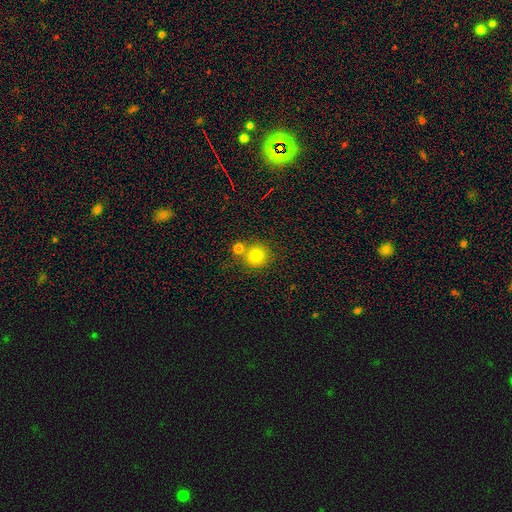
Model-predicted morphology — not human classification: This is likely a smooth galaxy (79%). How rounded: clearly round (92%). Merging: likely none (66%).